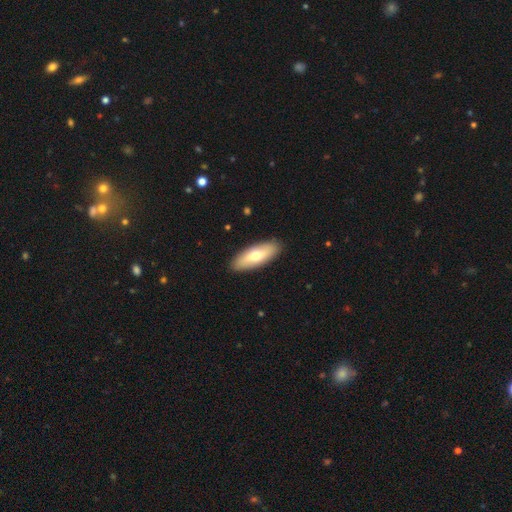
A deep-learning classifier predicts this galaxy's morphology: Smooth or featured? smooth (63%)
How rounded? in between (71%)
Merging? none (90%)